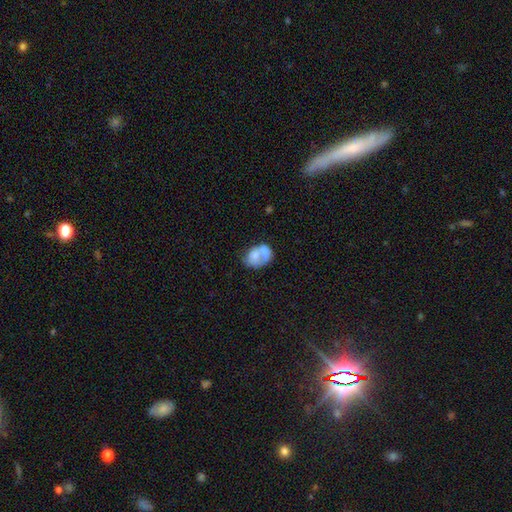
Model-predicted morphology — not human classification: smooth 61%, featured or disk 31%, star or artifact 8%. Down the decision tree: how rounded — in between (64%); merging — merger (50%).